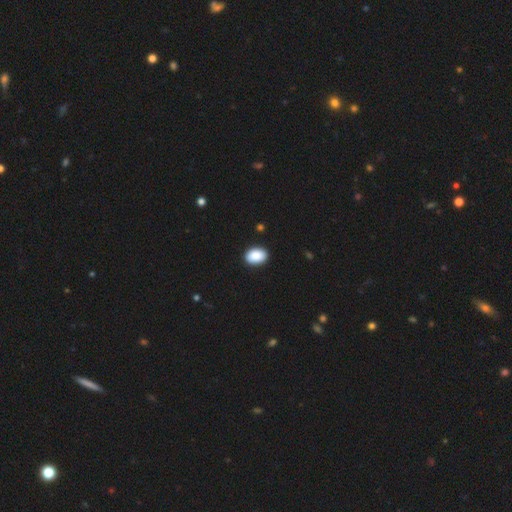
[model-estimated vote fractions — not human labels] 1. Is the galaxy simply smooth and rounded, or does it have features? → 90% smooth, 7% star or artifact, 3% featured or disk.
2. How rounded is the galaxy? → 84% in between, 15% round, 1% cigar-shaped.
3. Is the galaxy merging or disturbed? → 90% none, 7% minor disturbance, 2% major disturbance, 1% merger.